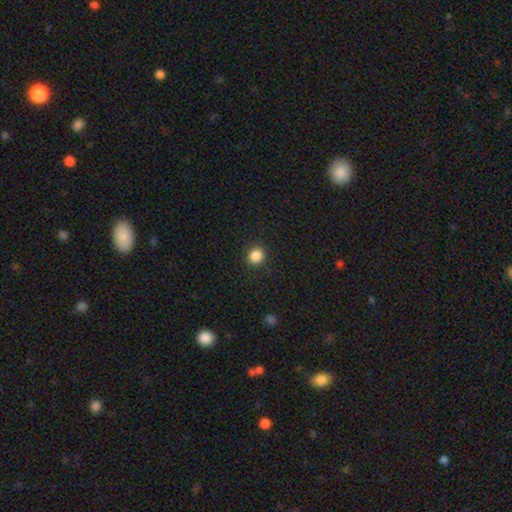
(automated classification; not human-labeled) This appears to be a smooth galaxy with no disk features (86%) that is round (86%). Merging: none (90%).